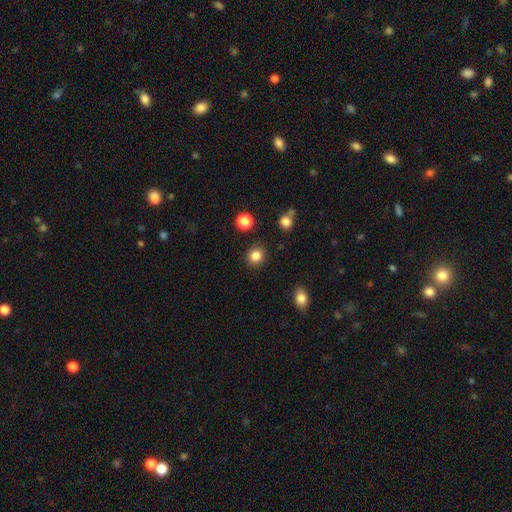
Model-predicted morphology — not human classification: This appears to be a smooth galaxy with no disk features (84%) that is round (77%). Merging: none (88%).